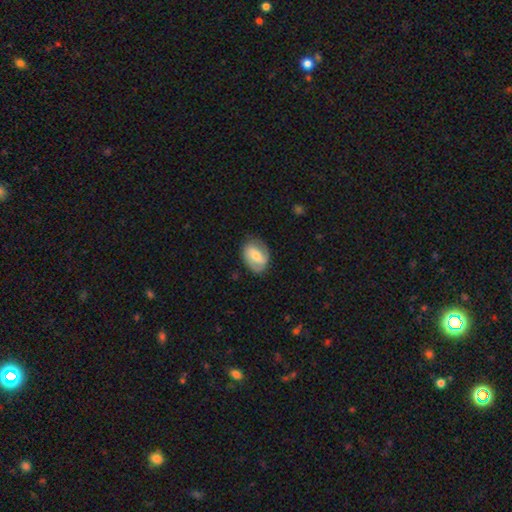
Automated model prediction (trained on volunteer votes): Overall: smooth (47%; featured or disk 46%). Merging: none (77%).